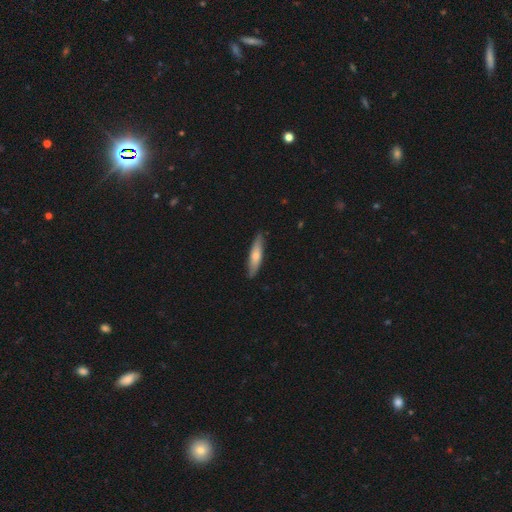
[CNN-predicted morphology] Smooth or featured? Predicted: smooth (p=0.66). How rounded? Predicted: cigar-shaped (p=0.79). Merging? Predicted: none (p=0.86).